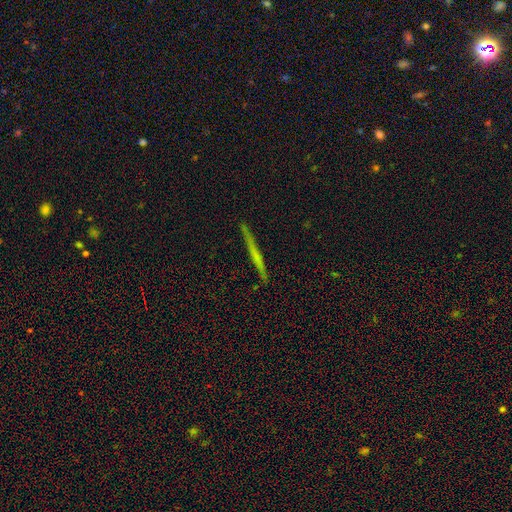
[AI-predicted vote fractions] This is possibly a featured or disk galaxy (52%). It is clearly viewed edge-on (97%). Edge-on bulge: clearly none (85%). Merging: clearly none (91%).